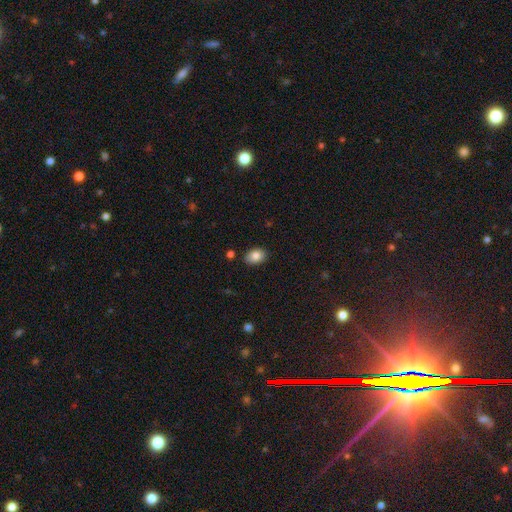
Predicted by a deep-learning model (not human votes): Smooth or featured?
  - smooth: 83% *
  - featured or disk: 9%
  - star or artifact: 8%
How rounded?
  - in between: 80% *
  - round: 19%
  - cigar-shaped: 1%
Merging?
  - none: 86% *
  - minor disturbance: 10%
  - major disturbance: 2%
  - merger: 2%